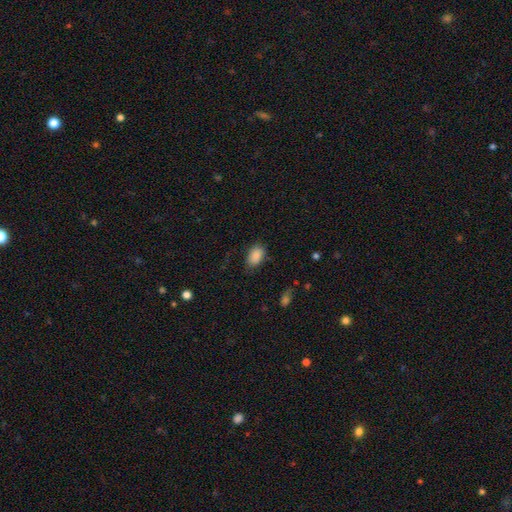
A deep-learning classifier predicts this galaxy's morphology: Q: Smooth or featured?
A: smooth (87%); runner-up: star or artifact (8%)
Q: How rounded?
A: in between (89%); runner-up: round (9%)
Q: Merging?
A: none (76%); runner-up: minor disturbance (18%)